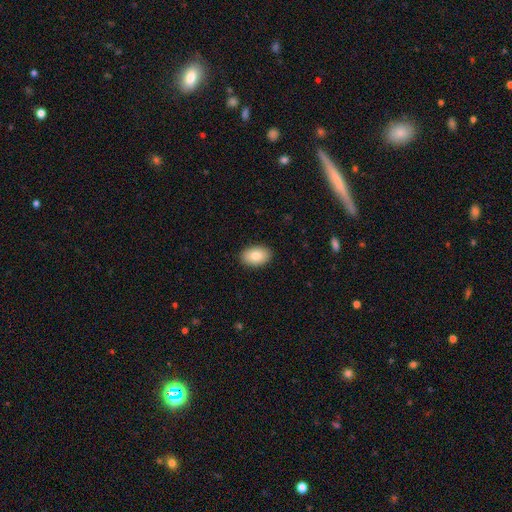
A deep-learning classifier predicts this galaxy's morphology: smooth_or_featured: smooth (p=0.84) [alt: featured or disk p=0.09]
how_rounded: in between (p=0.90) [alt: round p=0.09]
merging: none (p=0.90) [alt: minor disturbance p=0.07]